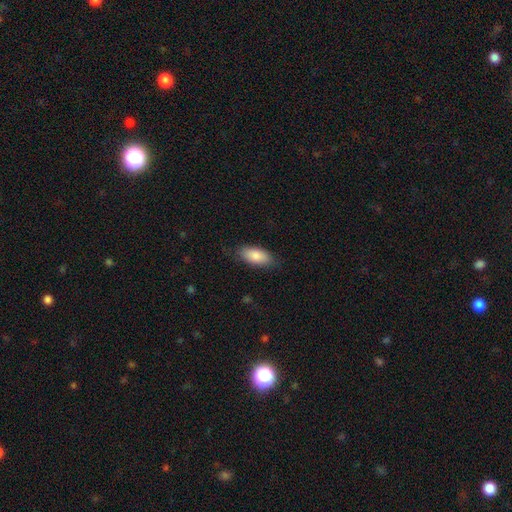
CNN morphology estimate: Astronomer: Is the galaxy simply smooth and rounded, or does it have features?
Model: smooth — 85%.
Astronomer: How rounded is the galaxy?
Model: in between — 88%.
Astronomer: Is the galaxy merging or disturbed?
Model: none — 81%.